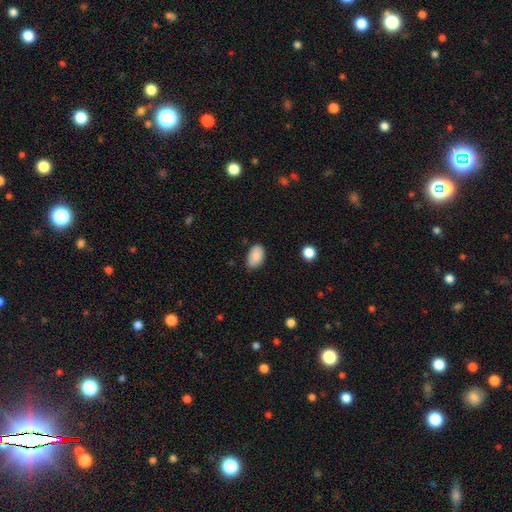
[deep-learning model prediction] Morphology: type=smooth (89%); roundness=in between (93%); merging=none (76%).